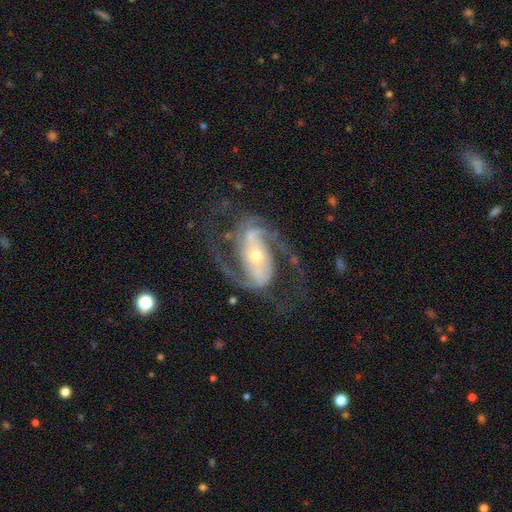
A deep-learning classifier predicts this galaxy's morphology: This is clearly a featured or disk galaxy (91%). It is clearly not viewed edge-on (97%). Bar: possibly strong (46%). Spiral arm pattern: clearly yes (98%). Spiral arm count: clearly 2 (85%). Spiral winding: possibly medium (57%). Central bulge: possibly small (47%, tied with moderate). Merging: likely none (69%).